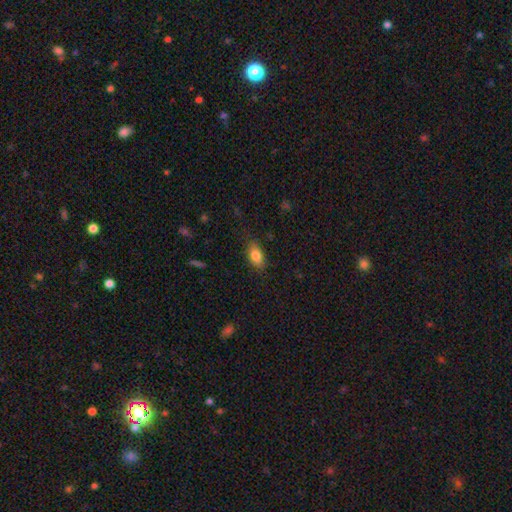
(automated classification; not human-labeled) A smooth galaxy with no disk features (82%) that is in between round and cigar-shaped (88%). Merging: none (81%).